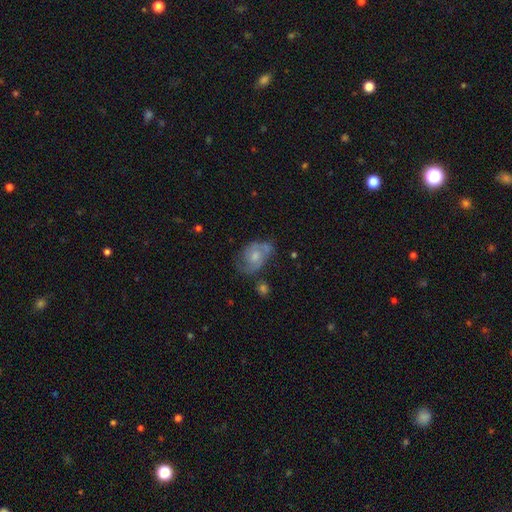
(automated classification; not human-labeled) A featured or disk galaxy (65%) with no bar (69%), 2 (72%) medium (47%) spiral arms (83%) and a moderate central bulge (54%). Merging: none (54%).